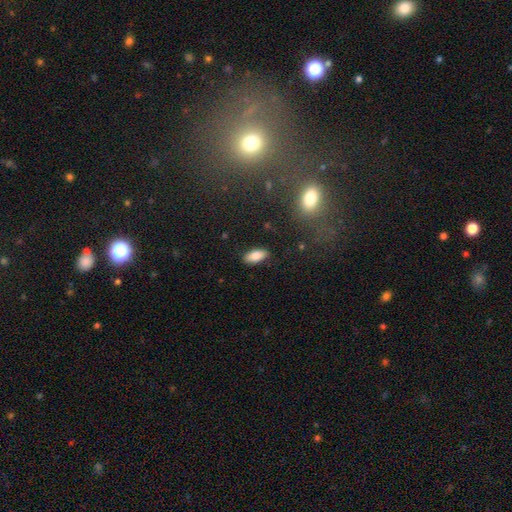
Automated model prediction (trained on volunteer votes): This is clearly a smooth galaxy (83%). How rounded: clearly in between (90%). Merging: clearly none (87%).